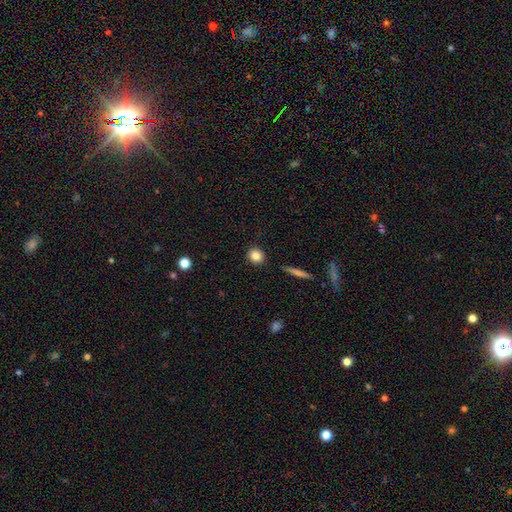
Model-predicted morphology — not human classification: smooth-or-featured: smooth: 83% | star or artifact: 10% | featured or disk: 7%
  how-rounded: round: 80% | in between: 19% | cigar-shaped: 2%
  merging: none: 90% | minor disturbance: 7% | major disturbance: 2% | merger: 2%